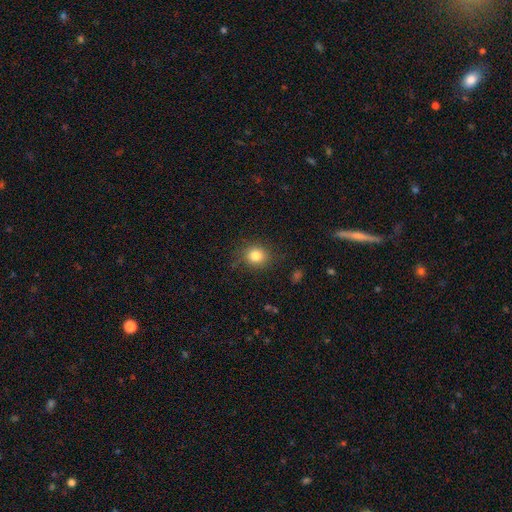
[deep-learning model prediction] The model was most divided on "how rounded": round: 77%, in between: 22%, cigar-shaped: 1%. More confident: merging — none (84%); smooth or featured — smooth (82%).